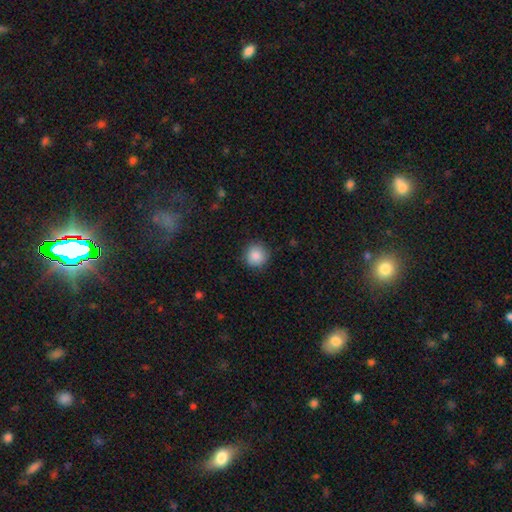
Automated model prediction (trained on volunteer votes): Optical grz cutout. It shows a smooth galaxy with no disk features (88%) that is round (93%). Merging: none (89%).